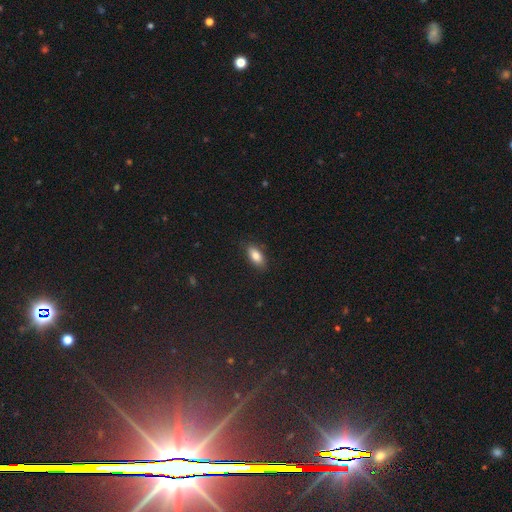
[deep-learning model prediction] Smooth or featured? Predicted: smooth (p=0.83). How rounded? Predicted: in between (p=0.88). Merging? Predicted: none (p=0.86).